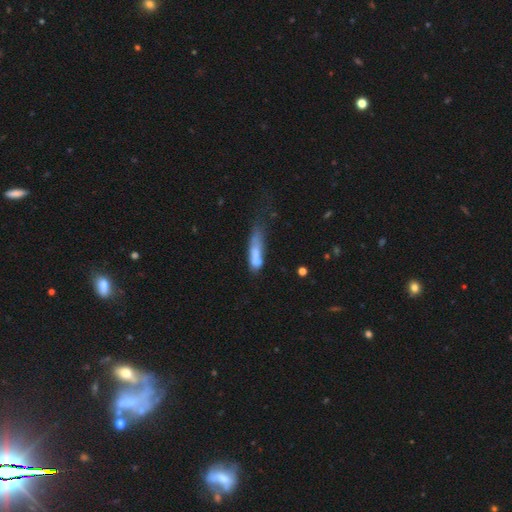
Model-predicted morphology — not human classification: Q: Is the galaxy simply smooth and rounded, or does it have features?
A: smooth — 68%.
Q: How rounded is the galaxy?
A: cigar-shaped — 59%.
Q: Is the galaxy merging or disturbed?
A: major disturbance — 35%.